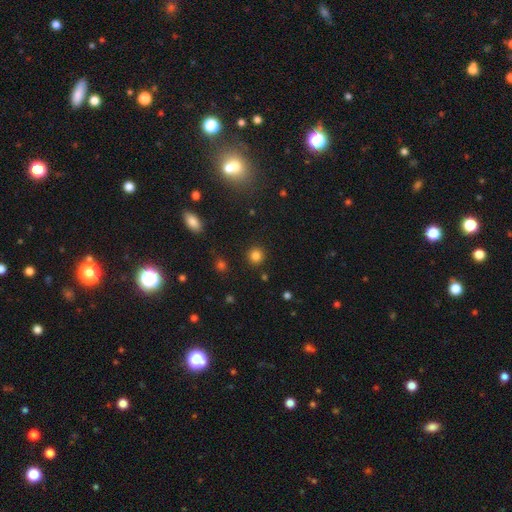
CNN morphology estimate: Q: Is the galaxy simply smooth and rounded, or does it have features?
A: smooth — 82%.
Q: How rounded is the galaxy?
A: round — 93%.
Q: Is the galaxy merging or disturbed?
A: none — 91%.